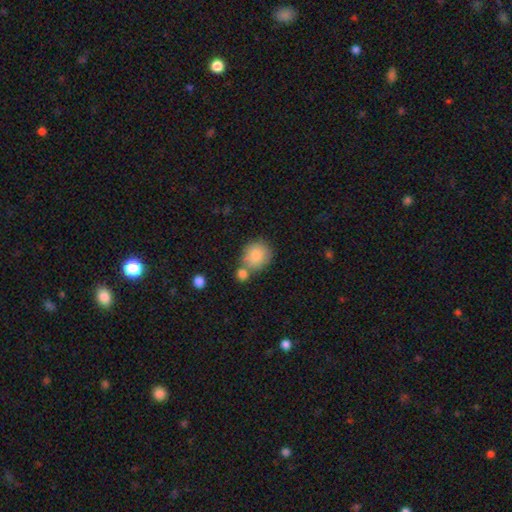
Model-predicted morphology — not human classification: Q: Smooth or featured?
A: smooth (85%); runner-up: featured or disk (8%)
Q: How rounded?
A: round (81%); runner-up: in between (18%)
Q: Merging?
A: none (53%); runner-up: merger (29%)